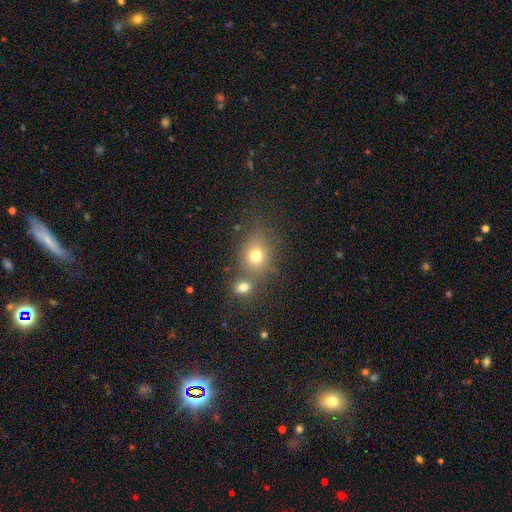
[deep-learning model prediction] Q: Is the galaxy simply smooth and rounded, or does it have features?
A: smooth — 72%.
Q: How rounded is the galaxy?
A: round — 60%.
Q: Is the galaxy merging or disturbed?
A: none — 54%.